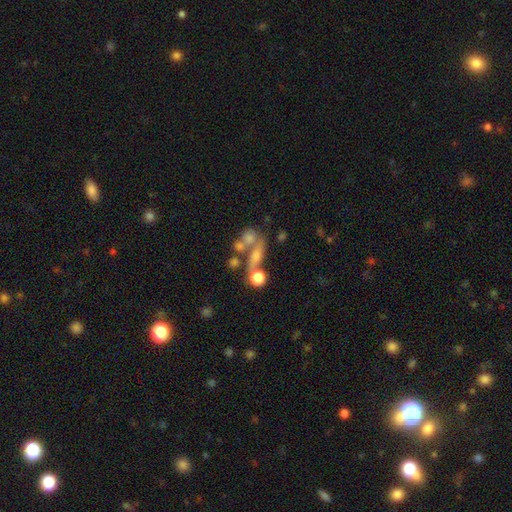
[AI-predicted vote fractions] Smooth or featured?
  - smooth: 44% *
  - featured or disk: 34%
  - star or artifact: 22%
Merging?
  - merger: 42% *
  - none: 31%
  - major disturbance: 16%
  - minor disturbance: 11%